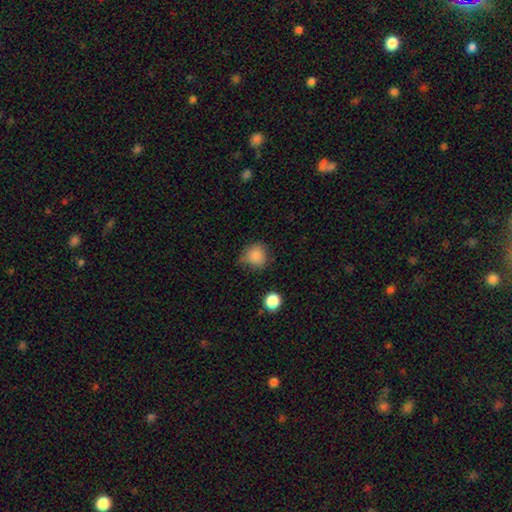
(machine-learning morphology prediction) type=smooth (84%); roundness=round (84%); merging=none (64%).